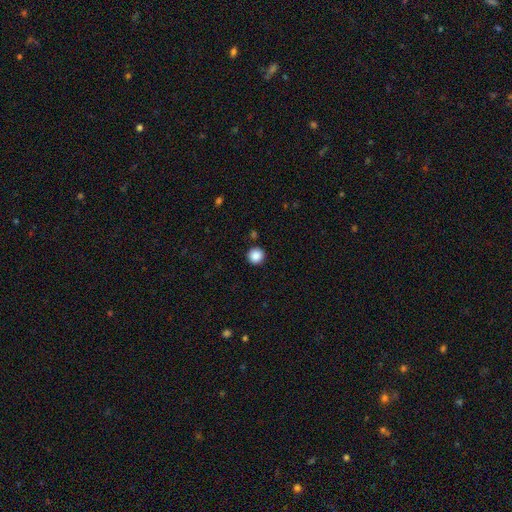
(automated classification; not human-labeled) This is clearly a smooth galaxy (88%). How rounded: clearly round (96%). Merging: clearly none (92%).